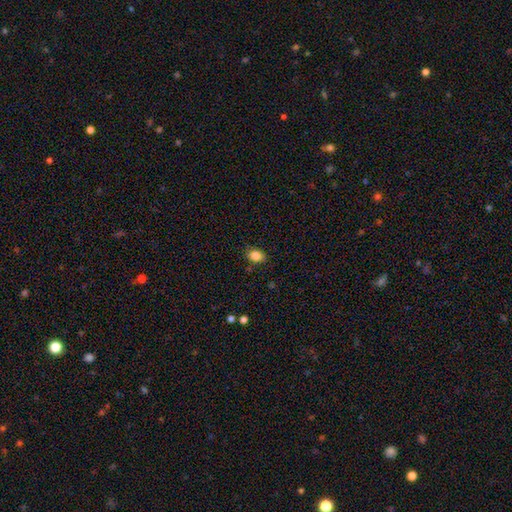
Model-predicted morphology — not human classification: Smooth or featured? Predicted: smooth (p=0.85). How rounded? Predicted: in between (p=0.77). Merging? Predicted: none (p=0.84).